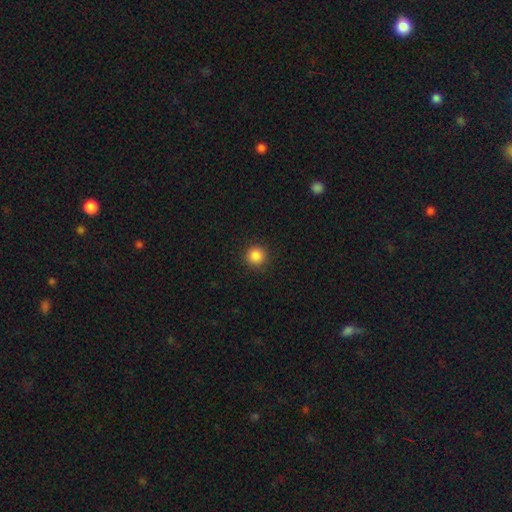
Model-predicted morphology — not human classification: Smooth or featured? Predicted: smooth (p=0.86). How rounded? Predicted: round (p=0.95). Merging? Predicted: none (p=0.92).